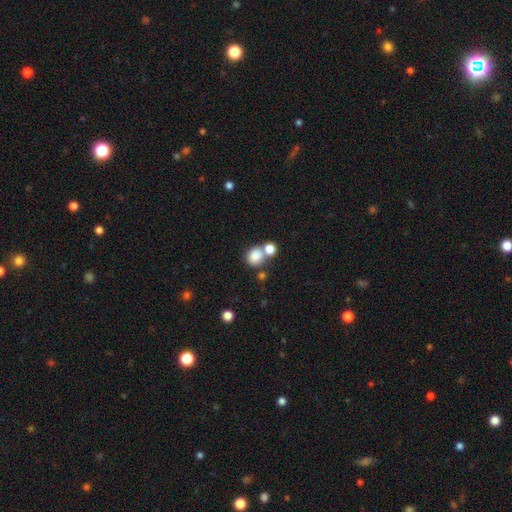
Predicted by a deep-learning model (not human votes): Smooth or featured?
  - smooth: 83% *
  - star or artifact: 11%
  - featured or disk: 7%
How rounded?
  - round: 77% *
  - in between: 22%
  - cigar-shaped: 1%
Merging?
  - none: 51% *
  - merger: 35%
  - minor disturbance: 9%
  - major disturbance: 4%